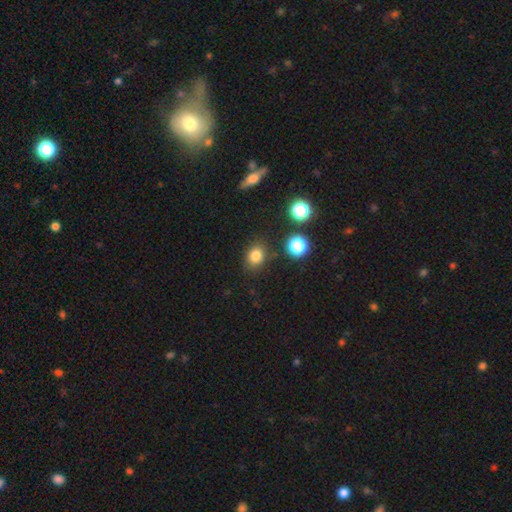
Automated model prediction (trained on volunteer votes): smooth-or-featured: smooth: 80% | star or artifact: 14% | featured or disk: 6%
  how-rounded: round: 54% | in between: 45% | cigar-shaped: 1%
  merging: none: 82% | minor disturbance: 11% | major disturbance: 3% | merger: 3%